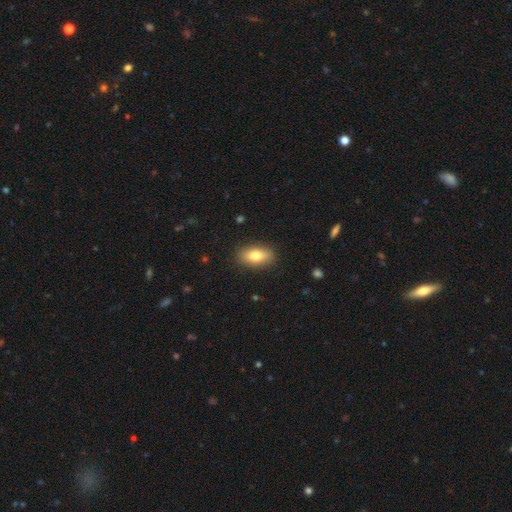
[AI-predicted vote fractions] The model was most divided on "smooth or featured": smooth: 79%, featured or disk: 14%, star or artifact: 7%. More confident: merging — none (87%); how rounded — in between (86%).